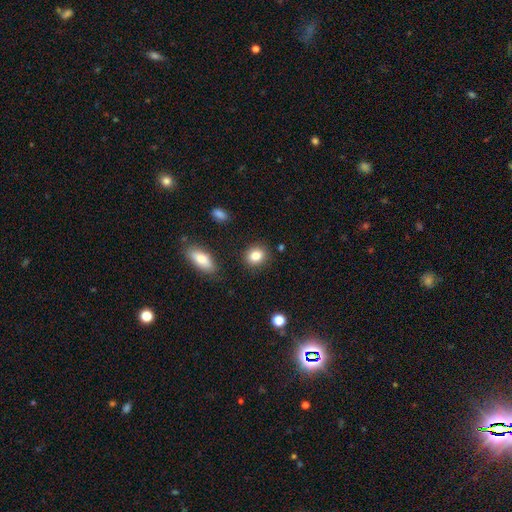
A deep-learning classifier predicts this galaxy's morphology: type=smooth (84%); roundness=round (63%); merging=none (86%).